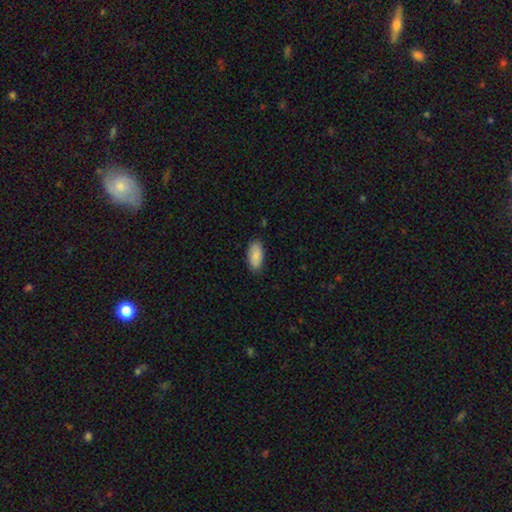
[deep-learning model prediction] This is clearly a smooth galaxy (87%). How rounded: clearly in between (91%). Merging: clearly none (84%).